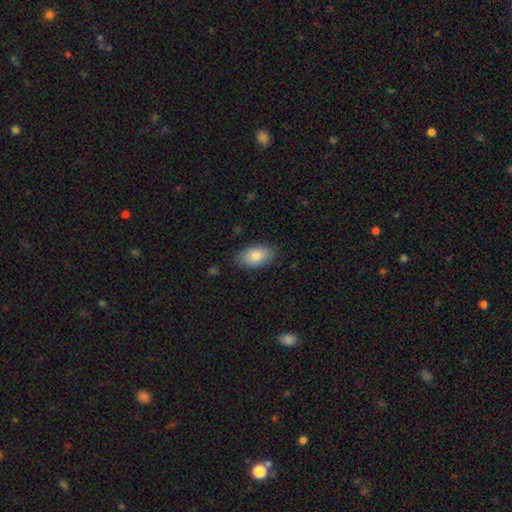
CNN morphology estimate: Q: Smooth or featured?
A: smooth (83%); runner-up: featured or disk (11%)
Q: How rounded?
A: in between (93%); runner-up: round (5%)
Q: Merging?
A: none (84%); runner-up: minor disturbance (12%)